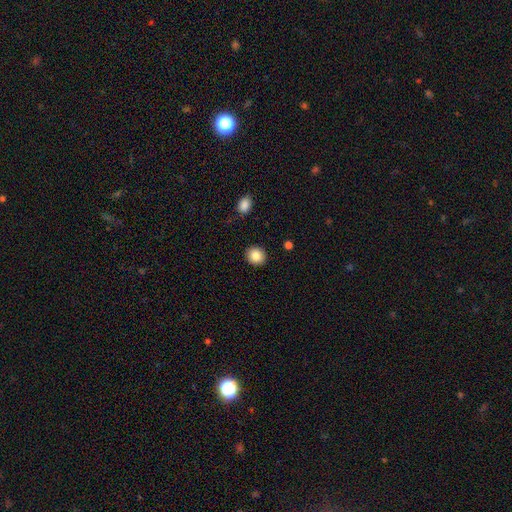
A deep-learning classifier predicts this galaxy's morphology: smooth-or-featured: smooth: 85% | star or artifact: 9% | featured or disk: 6%
  how-rounded: round: 80% | in between: 19% | cigar-shaped: 1%
  merging: none: 91% | minor disturbance: 6% | major disturbance: 2% | merger: 1%